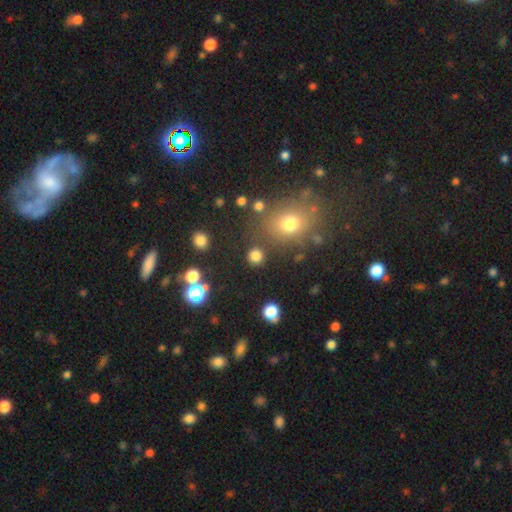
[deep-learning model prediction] Smooth or featured: smooth — 79% (star or artifact — 16%)
How rounded: round — 89% (in between — 10%)
Merging: none — 83% (minor disturbance — 8%)